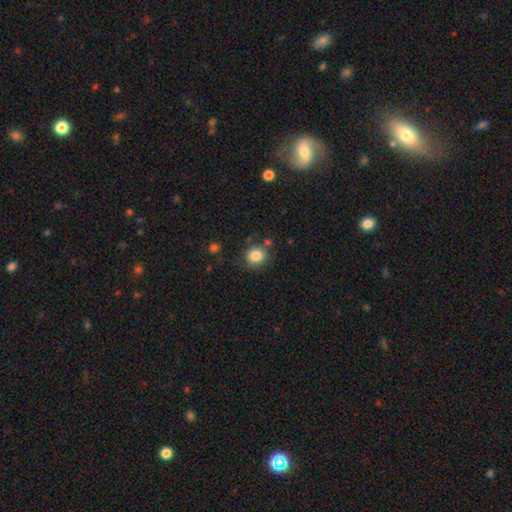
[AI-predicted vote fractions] Overall: smooth (83%). How rounded: round (78%). Merging: none (76%).